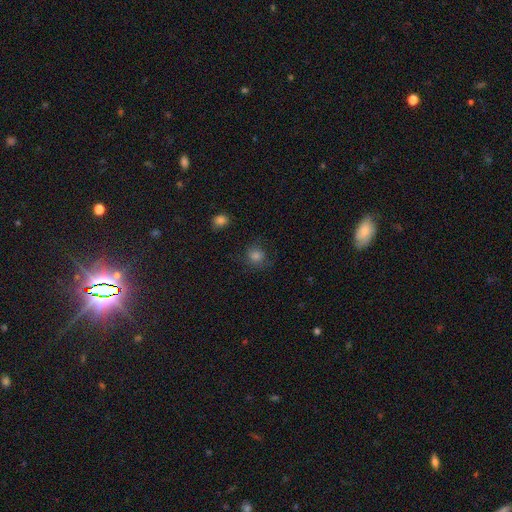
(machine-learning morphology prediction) smooth_or_featured: smooth (p=0.67) [alt: star or artifact p=0.22]
how_rounded: round (p=0.86) [alt: in between p=0.13]
merging: none (p=0.76) [alt: minor disturbance p=0.15]